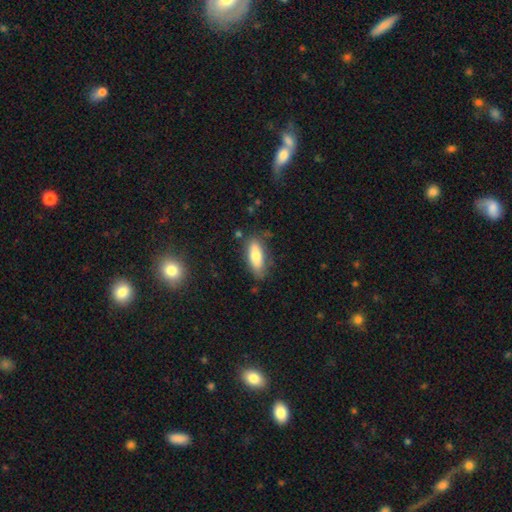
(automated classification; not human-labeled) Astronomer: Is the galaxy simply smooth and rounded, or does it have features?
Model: smooth — 75%.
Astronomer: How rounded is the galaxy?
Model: in between — 70%.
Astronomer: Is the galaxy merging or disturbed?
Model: none — 76%.